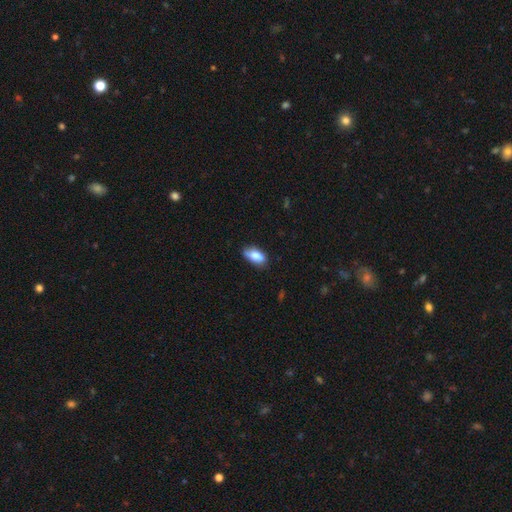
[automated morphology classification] smooth_or_featured: smooth (p=0.81) [alt: featured or disk p=0.12]
how_rounded: in between (p=0.88) [alt: cigar-shaped p=0.08]
merging: none (p=0.71) [alt: minor disturbance p=0.24]